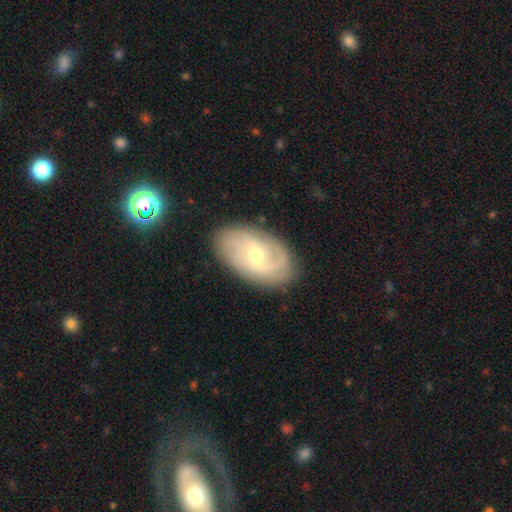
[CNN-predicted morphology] Smooth or featured? Predicted: featured or disk (p=0.75). Edge-on disk? Predicted: no (p=0.94). Bar? Predicted: weak (p=0.55). Spiral arms? Predicted: yes (p=0.87). Spiral winding? Predicted: medium (p=0.39). Spiral arm count? Predicted: 2 (p=0.62). Bulge size? Predicted: small (p=0.48, tied with moderate). Merging? Predicted: none (p=0.82).